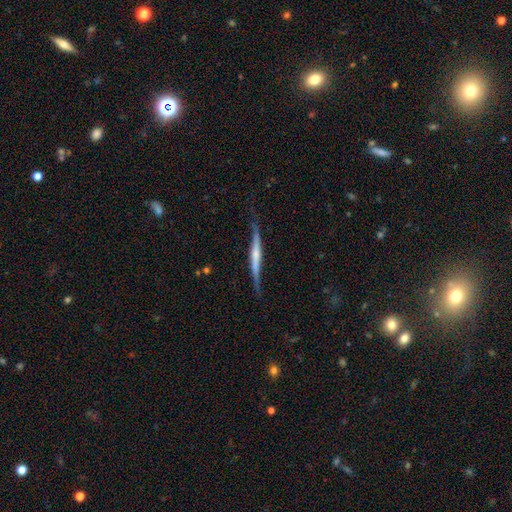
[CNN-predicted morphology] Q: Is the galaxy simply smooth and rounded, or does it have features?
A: featured or disk — 66%.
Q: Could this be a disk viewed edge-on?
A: yes — 90%.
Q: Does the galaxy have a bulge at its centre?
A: none — 45%.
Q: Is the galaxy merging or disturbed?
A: none — 64%.